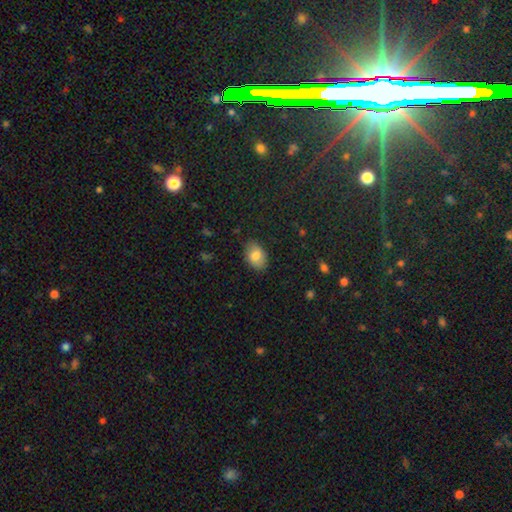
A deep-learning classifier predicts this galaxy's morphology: smooth_or_featured: smooth (p=0.80) [alt: featured or disk p=0.12]
how_rounded: in between (p=0.86) [alt: round p=0.13]
merging: none (p=0.84) [alt: minor disturbance p=0.12]